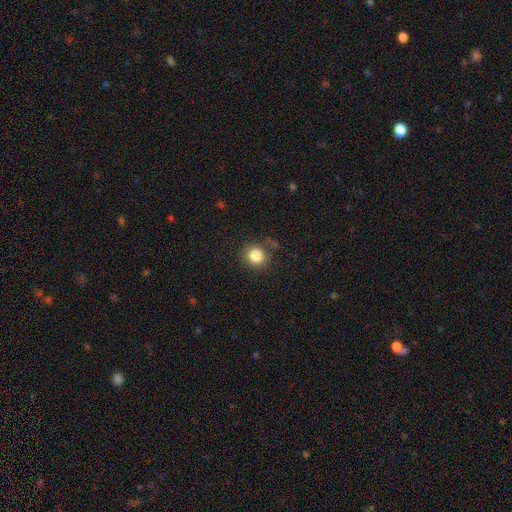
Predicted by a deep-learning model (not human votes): Smooth or featured: smooth — 83% (star or artifact — 11%)
How rounded: round — 88% (in between — 11%)
Merging: none — 83% (minor disturbance — 11%)